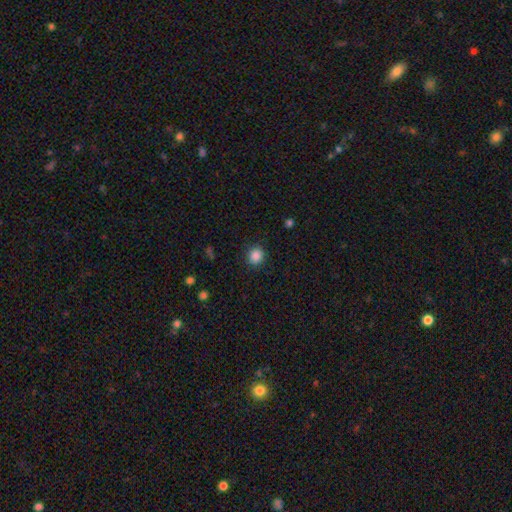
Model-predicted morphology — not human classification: The model was most divided on "how rounded": round: 83%, in between: 16%, cigar-shaped: 1%. More confident: merging — none (89%); smooth or featured — smooth (87%).